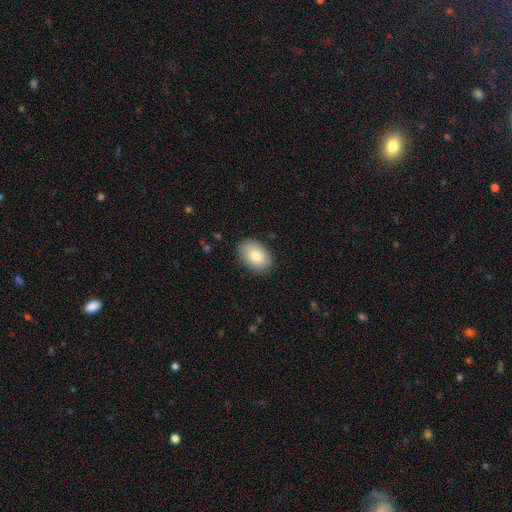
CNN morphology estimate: Overall: smooth (81%). How rounded: in between (86%). Merging: none (87%).